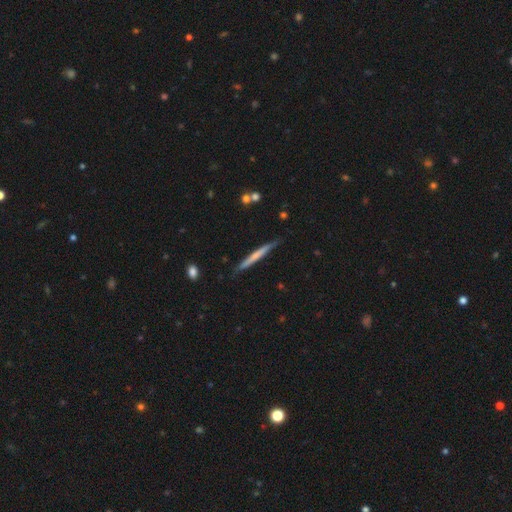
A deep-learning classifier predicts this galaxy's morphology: Smooth or featured? smooth (52%)
How rounded? cigar-shaped (96%)
Merging? none (85%)